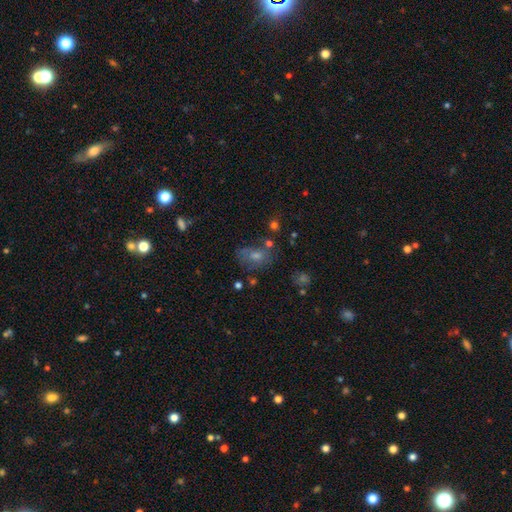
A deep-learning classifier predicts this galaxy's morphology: Smooth or featured?
  - smooth: 41% *
  - featured or disk: 33%
  - star or artifact: 27%
Merging?
  - none: 57% *
  - minor disturbance: 22%
  - major disturbance: 12%
  - merger: 9%